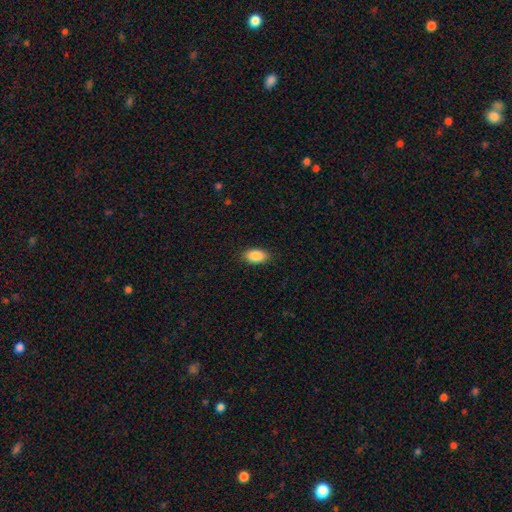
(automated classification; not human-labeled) This appears to be a smooth galaxy with no disk features (89%) that is in between round and cigar-shaped (93%). Merging: none (88%).